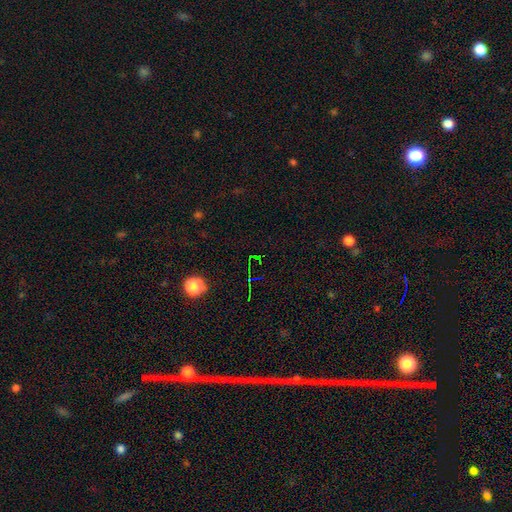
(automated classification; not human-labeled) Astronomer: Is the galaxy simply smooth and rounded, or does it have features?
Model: star or artifact — 73%.